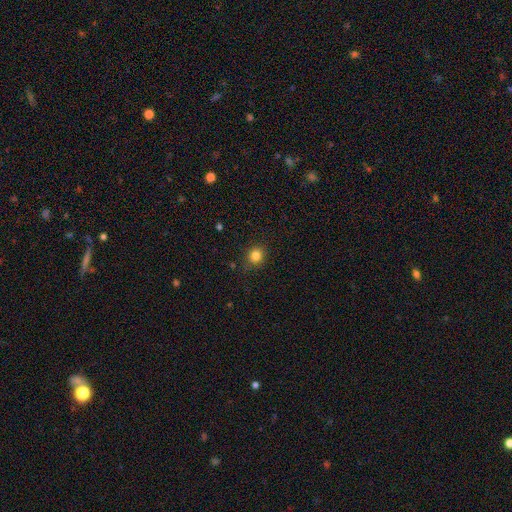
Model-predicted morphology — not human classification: Smooth or featured?
  - smooth: 83% *
  - star or artifact: 12%
  - featured or disk: 5%
How rounded?
  - round: 84% *
  - in between: 15%
  - cigar-shaped: 1%
Merging?
  - none: 86% *
  - minor disturbance: 10%
  - major disturbance: 3%
  - merger: 1%